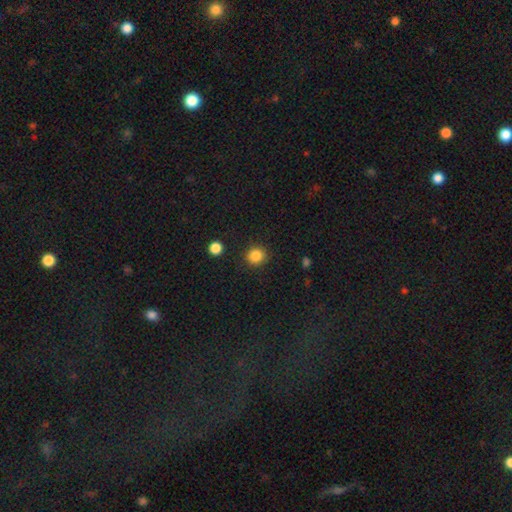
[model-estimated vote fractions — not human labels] Overall: smooth (85%). How rounded: round (90%). Merging: none (90%).